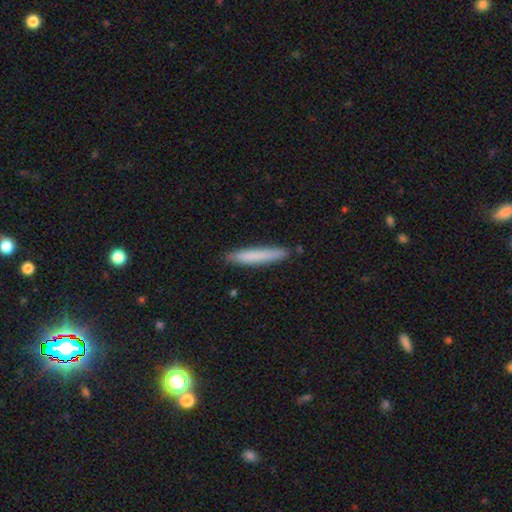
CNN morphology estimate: Overall: smooth (78%). How rounded: cigar-shaped (94%). Merging: none (87%).